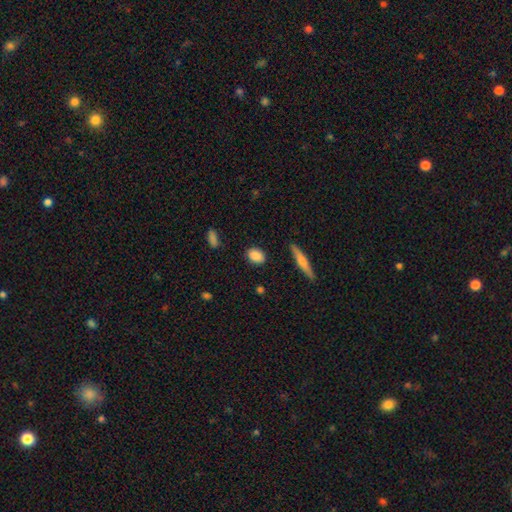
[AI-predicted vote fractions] This appears to be a smooth galaxy with no disk features (87%) that is in between round and cigar-shaped (72%). Merging: none (87%).